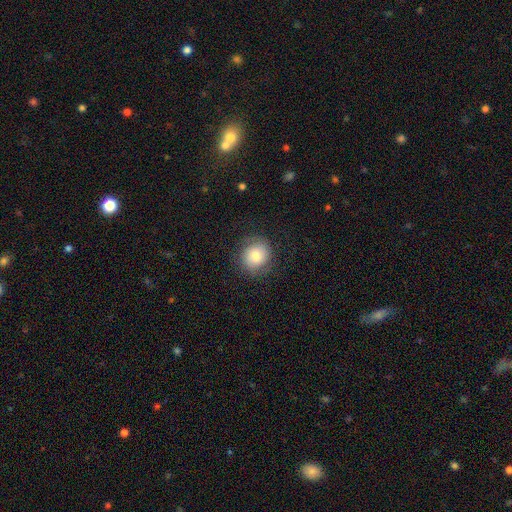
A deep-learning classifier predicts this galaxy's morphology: smooth-or-featured: smooth: 72% | featured or disk: 19% | star or artifact: 9%
  how-rounded: round: 80% | in between: 19% | cigar-shaped: 1%
  merging: none: 79% | minor disturbance: 13% | major disturbance: 6% | merger: 1%